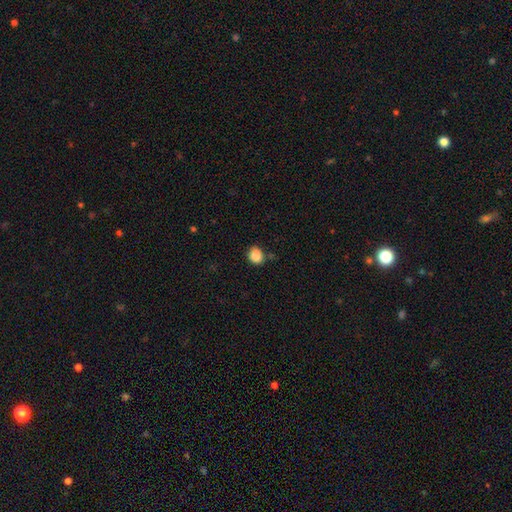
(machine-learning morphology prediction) type=smooth (87%); roundness=round (59%); merging=none (73%).